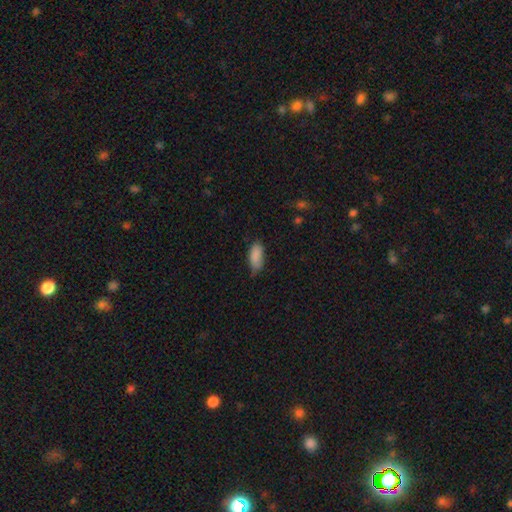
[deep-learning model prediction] Smooth or featured? smooth (87%)
How rounded? in between (88%)
Merging? none (55%)